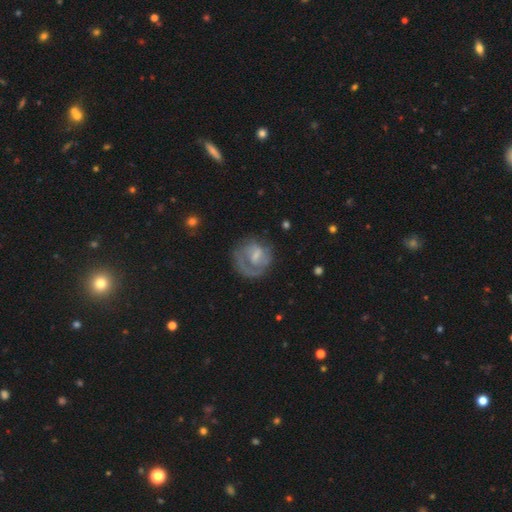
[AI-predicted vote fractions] featured or disk 61%, smooth 32%, star or artifact 7%. Down the decision tree: edge-on disk — no (97%); bar — weak (50%); spiral arms — yes (69%); bulge size — small (44%); merging — none (53%).